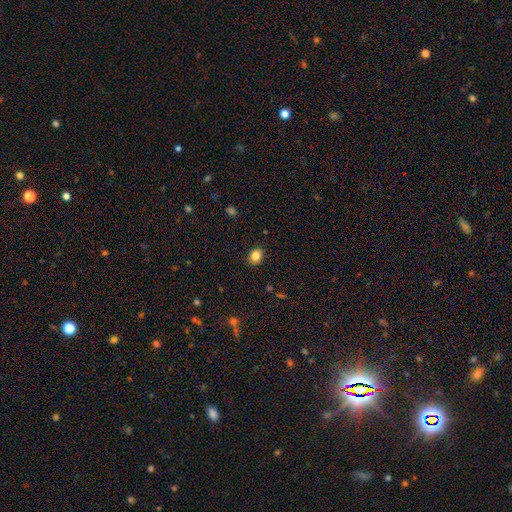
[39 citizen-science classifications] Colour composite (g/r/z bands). It shows a smooth galaxy with no disk features (85%) that is round (79%). Merging: none (89%).